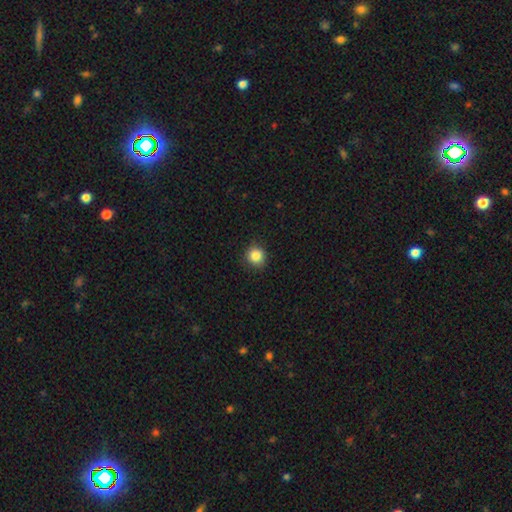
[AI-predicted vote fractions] This is clearly a smooth galaxy (86%). How rounded: clearly round (90%). Merging: clearly none (89%).